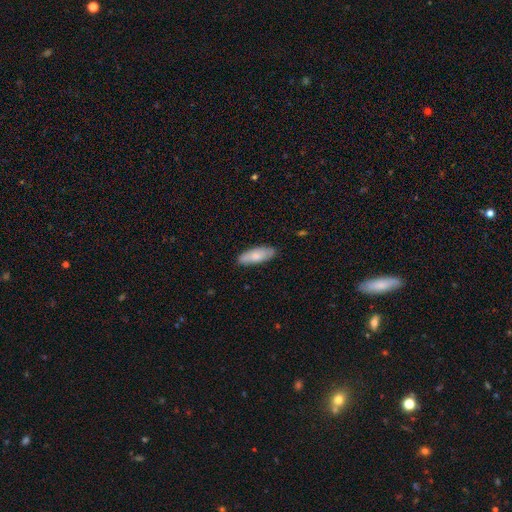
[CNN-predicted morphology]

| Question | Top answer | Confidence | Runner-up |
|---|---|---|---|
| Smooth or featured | smooth | 75% | featured or disk (20%) |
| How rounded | in between | 71% | cigar-shaped (27%) |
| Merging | none | 84% | minor disturbance (13%) |